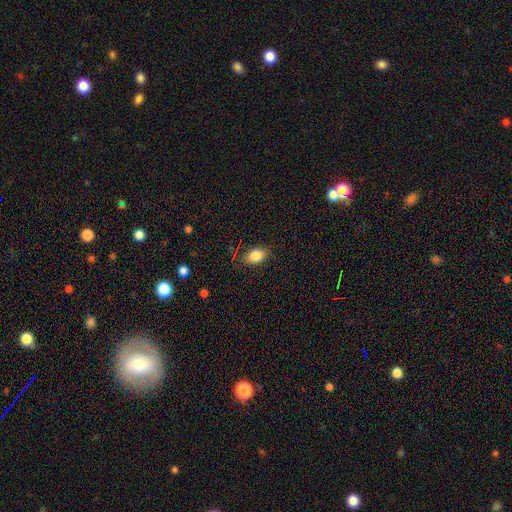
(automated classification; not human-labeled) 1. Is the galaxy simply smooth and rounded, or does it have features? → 83% smooth, 9% star or artifact, 7% featured or disk.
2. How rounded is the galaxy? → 81% in between, 17% round, 2% cigar-shaped.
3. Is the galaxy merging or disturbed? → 82% none, 13% minor disturbance, 3% major disturbance, 1% merger.